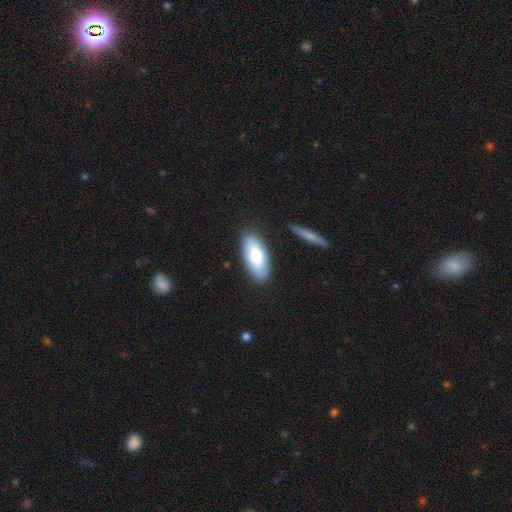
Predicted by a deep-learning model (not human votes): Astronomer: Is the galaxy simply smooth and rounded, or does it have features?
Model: smooth — 74%.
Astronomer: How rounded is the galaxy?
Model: in between — 86%.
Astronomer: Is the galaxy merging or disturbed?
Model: none — 82%.